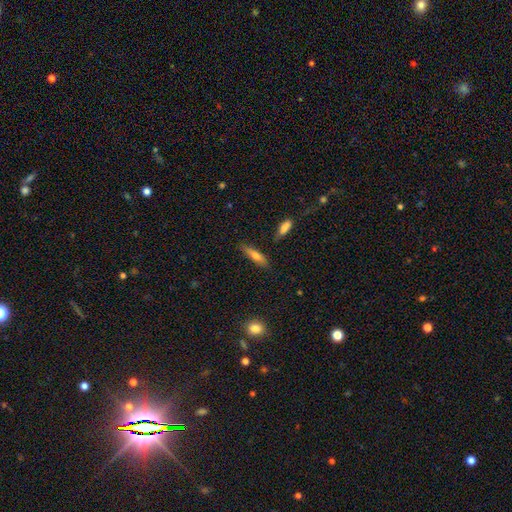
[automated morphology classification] smooth-or-featured: smooth: 63% | featured or disk: 30% | star or artifact: 8%
  how-rounded: cigar-shaped: 69% | in between: 28% | round: 2%
  merging: none: 77% | minor disturbance: 16% | merger: 4% | major disturbance: 3%